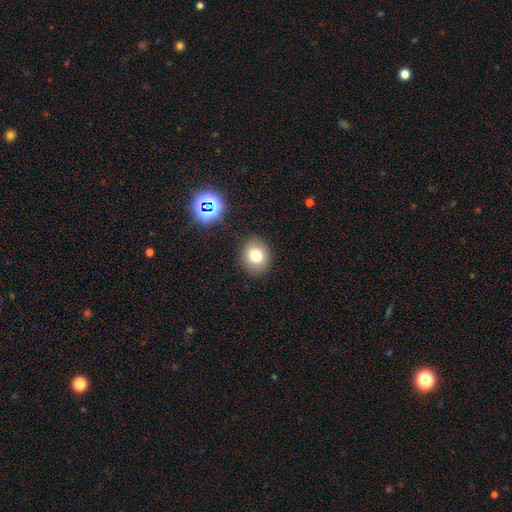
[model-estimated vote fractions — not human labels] smooth 77%, star or artifact 13%, featured or disk 11%. Down the decision tree: how rounded — round (65%); merging — none (86%).